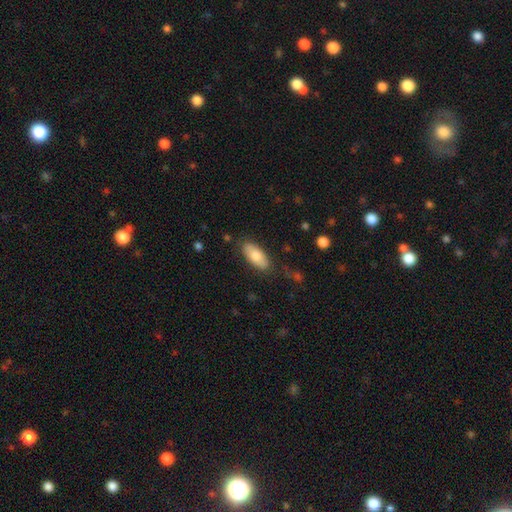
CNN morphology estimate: A smooth galaxy with no disk features (76%) that is in between round and cigar-shaped (85%).

Vote fractions:
- Smooth or featured? smooth: 76% / featured or disk: 17% / star or artifact: 6%
- How rounded? in between: 85% / cigar-shaped: 13% / round: 2%
- Merging? none: 80% / minor disturbance: 15% / major disturbance: 4% / merger: 2%